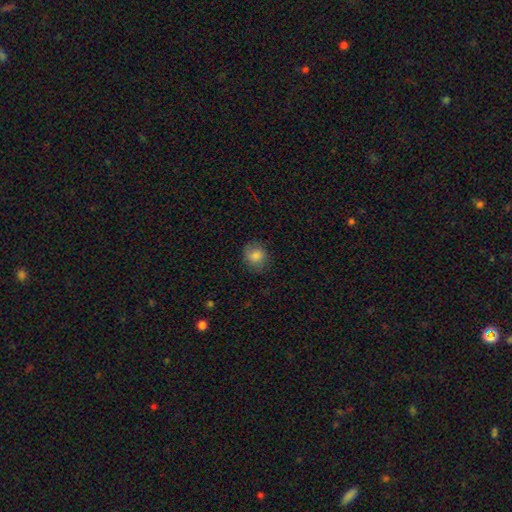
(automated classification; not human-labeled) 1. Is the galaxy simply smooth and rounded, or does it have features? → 81% smooth, 10% featured or disk, 9% star or artifact.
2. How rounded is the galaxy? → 69% round, 30% in between, 1% cigar-shaped.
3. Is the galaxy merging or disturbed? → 77% none, 17% minor disturbance, 5% major disturbance, 1% merger.